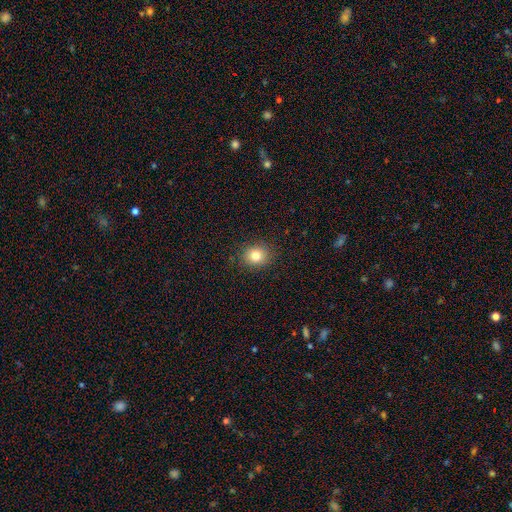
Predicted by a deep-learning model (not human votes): smooth 81%, star or artifact 12%, featured or disk 7%. Down the decision tree: how rounded — round (73%); merging — none (88%).